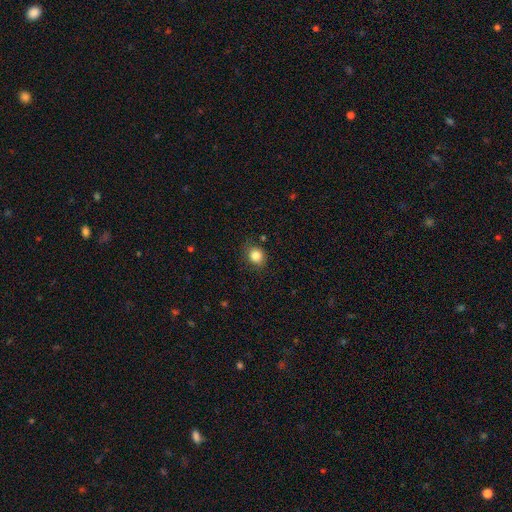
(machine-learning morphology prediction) Overall: smooth (84%). How rounded: round (75%). Merging: none (82%).